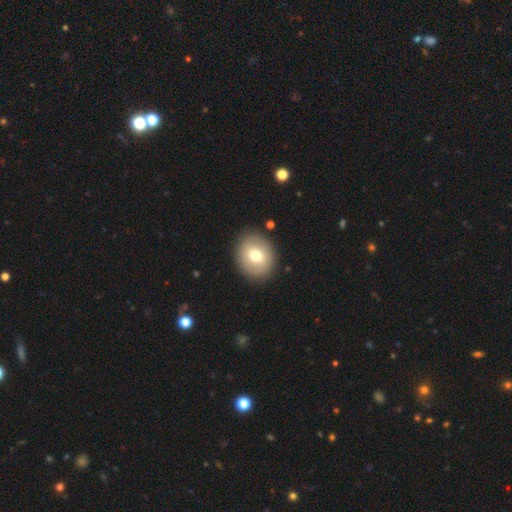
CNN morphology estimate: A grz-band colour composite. It shows a smooth galaxy with no disk features (70%) that is round (63%). Merging: none (88%).